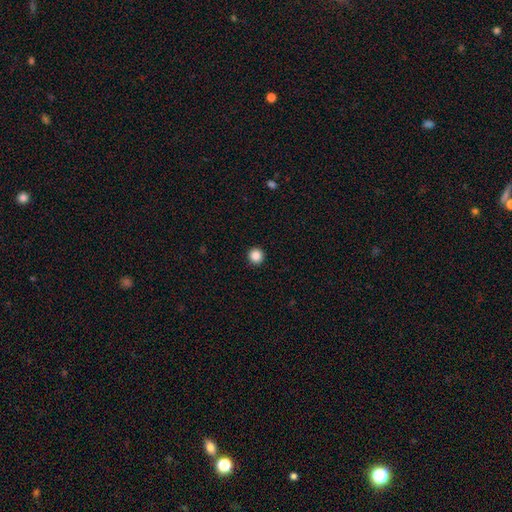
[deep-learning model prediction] smooth 87%, star or artifact 10%, featured or disk 2%. Down the decision tree: how rounded — round (96%); merging — none (93%).